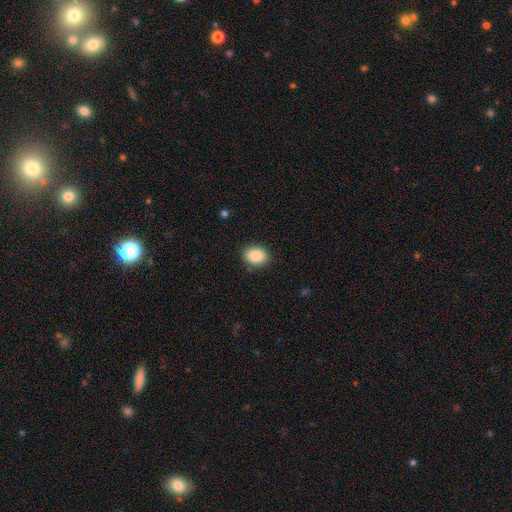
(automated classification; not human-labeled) smooth 89%, star or artifact 8%, featured or disk 3%. Down the decision tree: how rounded — in between (59%); merging — none (88%).